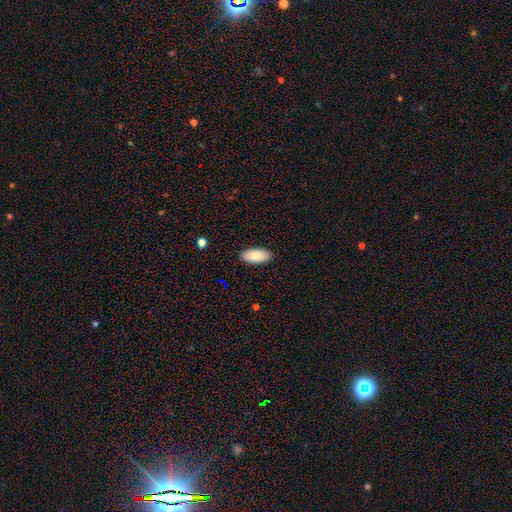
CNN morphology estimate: Smooth or featured? smooth (86%)
How rounded? in between (91%)
Merging? none (89%)